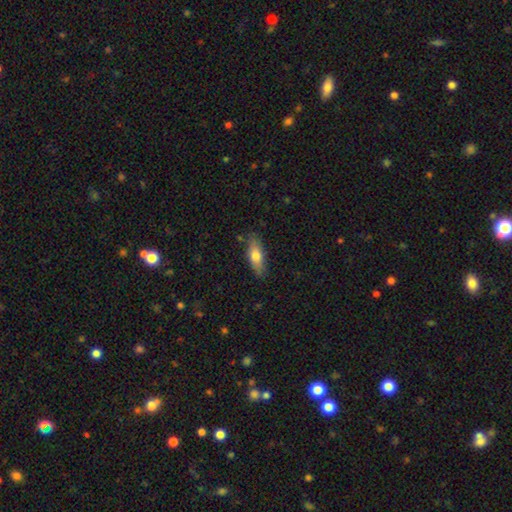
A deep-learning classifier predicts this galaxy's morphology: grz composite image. It shows a smooth galaxy with no disk features (69%) that is in between round and cigar-shaped (67%). Merging: none (81%).